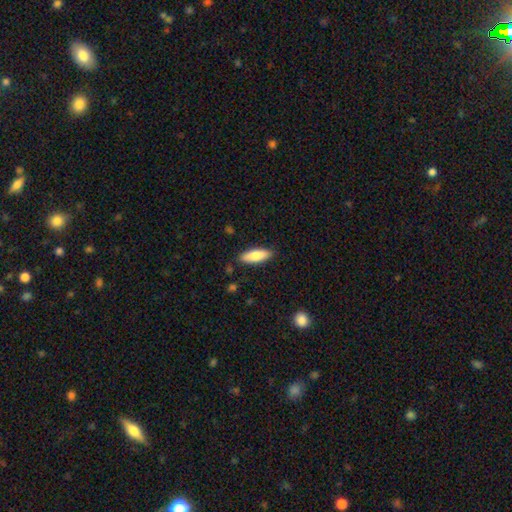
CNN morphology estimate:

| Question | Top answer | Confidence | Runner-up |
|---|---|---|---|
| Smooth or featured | smooth | 81% | featured or disk (13%) |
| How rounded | in between | 65% | cigar-shaped (33%) |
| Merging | none | 87% | minor disturbance (9%) |